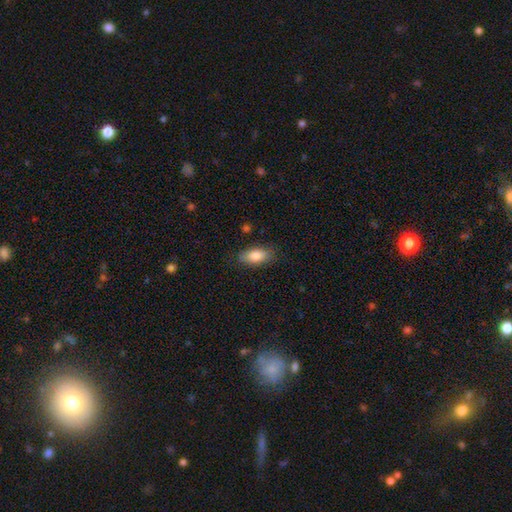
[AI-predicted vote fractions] smooth 82%, featured or disk 11%, star or artifact 7%. Down the decision tree: how rounded — in between (88%); merging — none (83%).